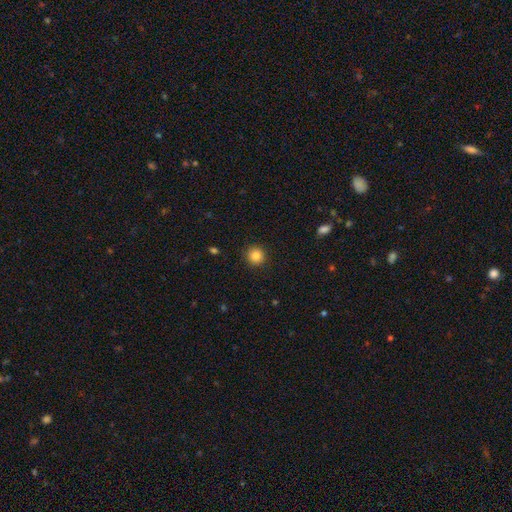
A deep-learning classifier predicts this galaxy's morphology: This appears to be a smooth galaxy with no disk features (85%) that is round (94%). Merging: none (92%).